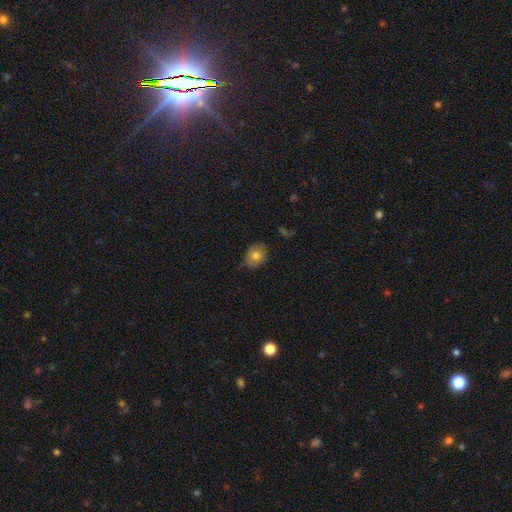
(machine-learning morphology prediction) The model was most divided on "how rounded": in between: 54%, round: 45%, cigar-shaped: 1%. More confident: smooth or featured — smooth (77%); merging — none (67%).